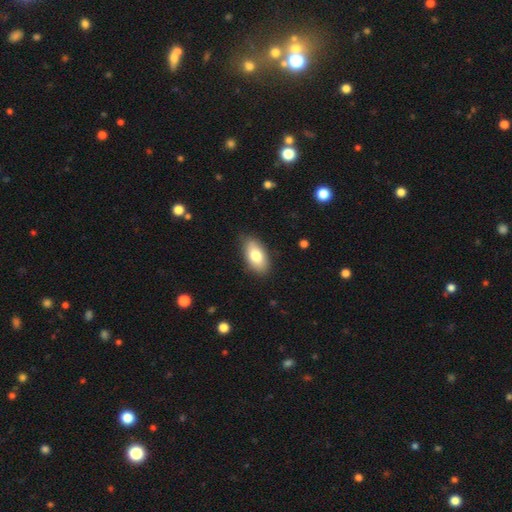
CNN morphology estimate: smooth 79%, featured or disk 15%, star or artifact 6%. Down the decision tree: how rounded — in between (92%); merging — none (83%).